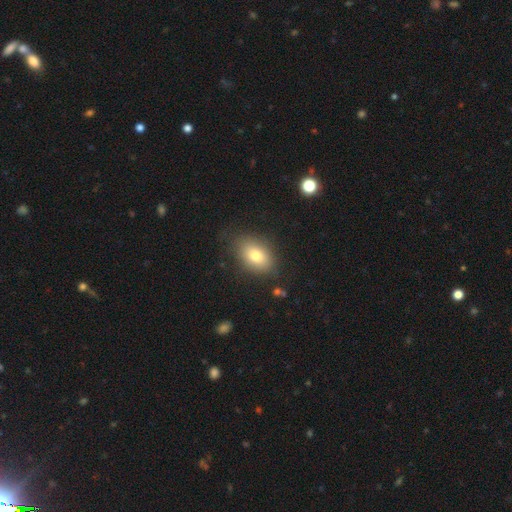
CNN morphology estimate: smooth_or_featured: smooth (p=0.79) [alt: featured or disk p=0.12]
how_rounded: in between (p=0.83) [alt: round p=0.15]
merging: none (p=0.82) [alt: minor disturbance p=0.13]